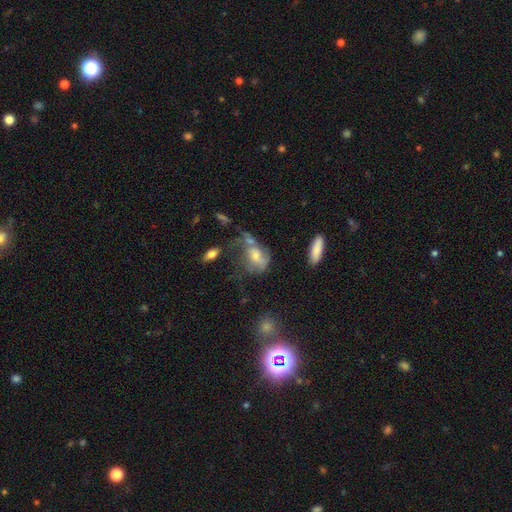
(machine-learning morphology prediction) This is marginally a featured or disk galaxy (45%). Merging: marginally major disturbance (30%, tied with none).